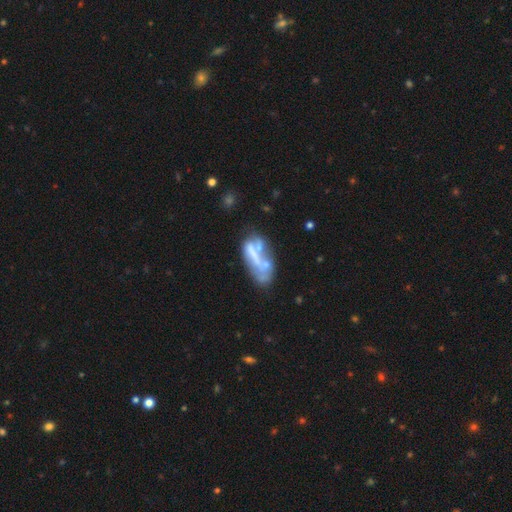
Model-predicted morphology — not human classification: A featured or disk galaxy (55%) with no bar (73%), no spiral arms (84%) and no central bulge (62%). Merging: none (30%).